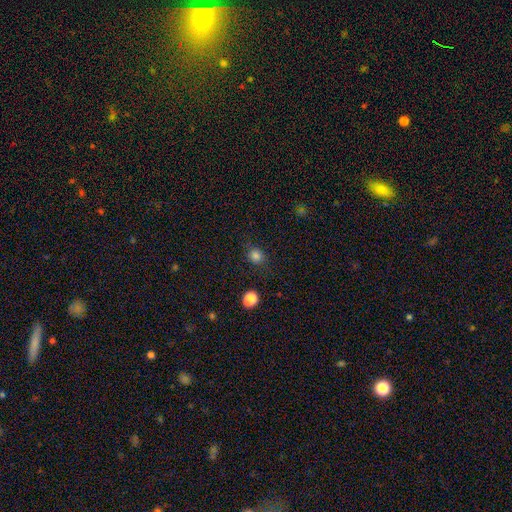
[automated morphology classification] smooth_or_featured: smooth (p=0.82) [alt: star or artifact p=0.13]
how_rounded: round (p=0.77) [alt: in between p=0.22]
merging: none (p=0.82) [alt: minor disturbance p=0.12]